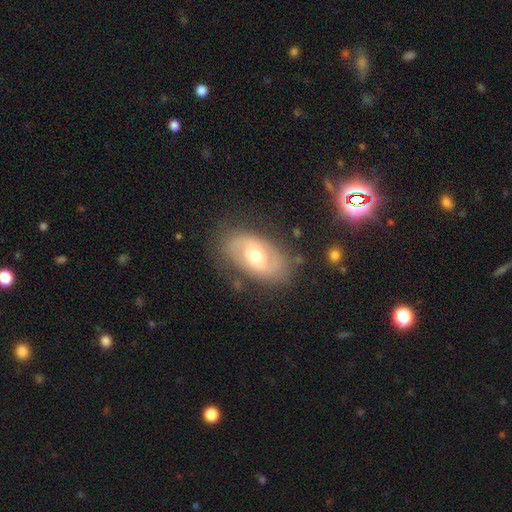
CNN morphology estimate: The model was most divided on "spiral winding" (2-way tie): tight: 41%, medium: 41%, loose: 18%. More confident: edge-on disk — no (94%); spiral arms — yes (80%); merging — none (76%); spiral arm count — 2 (75%); smooth or featured — featured or disk (71%); bulge size — moderate (66%); bar — no (50%).